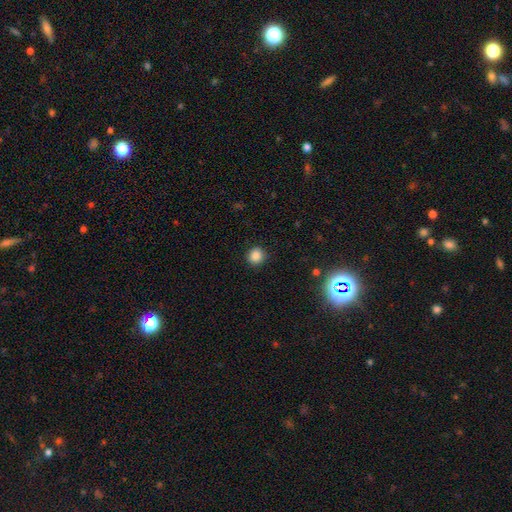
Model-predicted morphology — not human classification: Smooth or featured?
  - smooth: 85% *
  - star or artifact: 11%
  - featured or disk: 3%
How rounded?
  - round: 88% *
  - in between: 11%
  - cigar-shaped: 1%
Merging?
  - none: 91% *
  - minor disturbance: 6%
  - major disturbance: 2%
  - merger: 1%